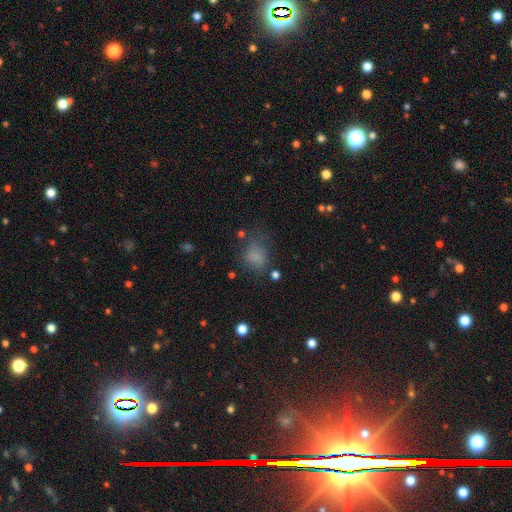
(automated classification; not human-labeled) smooth-or-featured: smooth: 72% | star or artifact: 17% | featured or disk: 10%
  how-rounded: in between: 59% | round: 39% | cigar-shaped: 2%
  merging: none: 52% | minor disturbance: 26% | major disturbance: 19% | merger: 4%